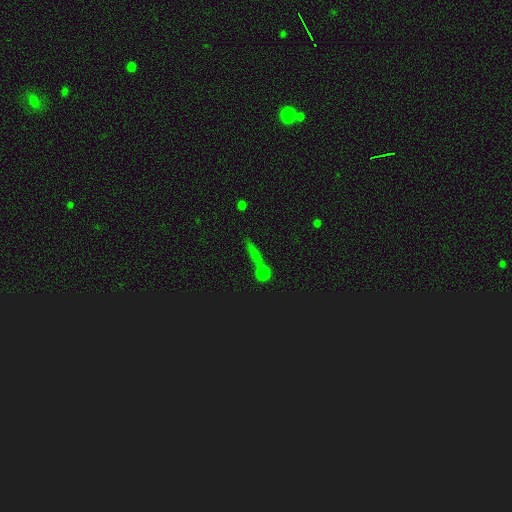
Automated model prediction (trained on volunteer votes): Q: Smooth or featured?
A: smooth (60%); runner-up: star or artifact (24%)
Q: How rounded?
A: cigar-shaped (41%); runner-up: round (40%)
Q: Merging?
A: none (57%); runner-up: merger (25%)